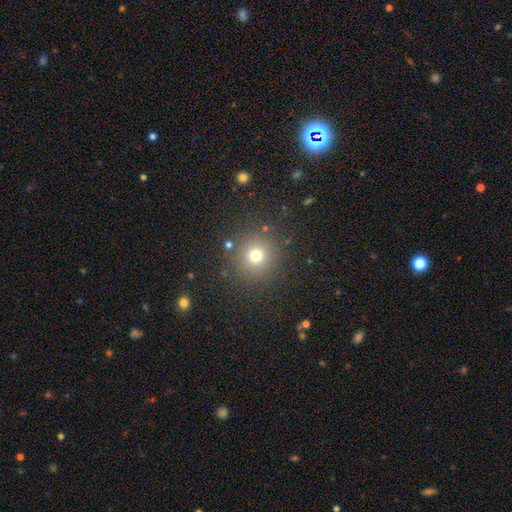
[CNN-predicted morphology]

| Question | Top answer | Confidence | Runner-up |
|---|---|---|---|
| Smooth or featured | smooth | 73% | star or artifact (19%) |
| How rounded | round | 92% | in between (7%) |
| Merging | none | 86% | minor disturbance (8%) |